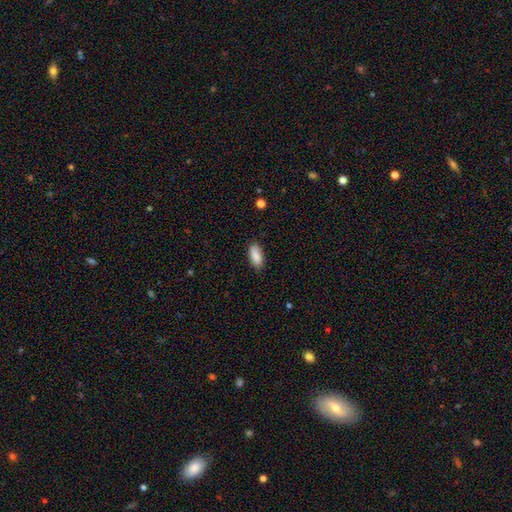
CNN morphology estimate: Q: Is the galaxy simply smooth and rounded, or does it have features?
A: smooth — 87%.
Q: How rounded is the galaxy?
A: in between — 84%.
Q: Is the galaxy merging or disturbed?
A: none — 85%.